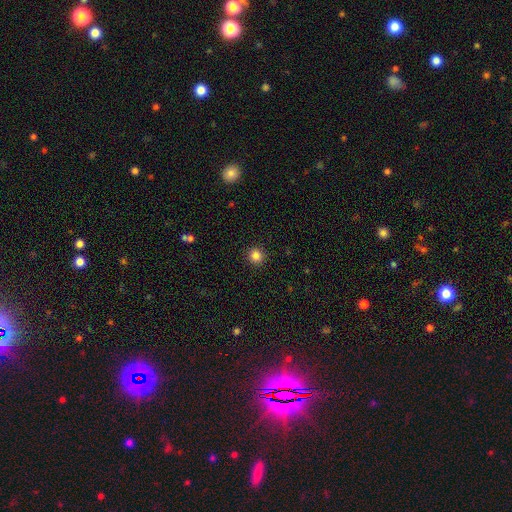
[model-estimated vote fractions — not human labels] This appears to be a smooth galaxy with no disk features (84%) that is round (93%). Merging: none (92%).